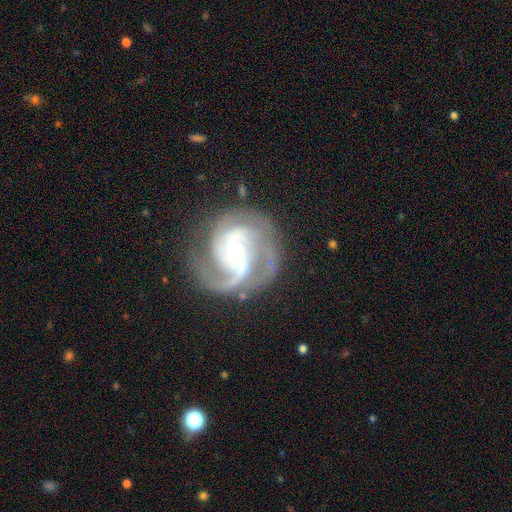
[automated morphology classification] featured or disk 86%, star or artifact 8%, smooth 6%. Down the decision tree: edge-on disk — no (97%); bar — weak (41%); spiral arms — yes (97%); spiral arm count — 2 (60%); spiral winding — tight (54%); bulge size — small (51%); merging — none (75%).